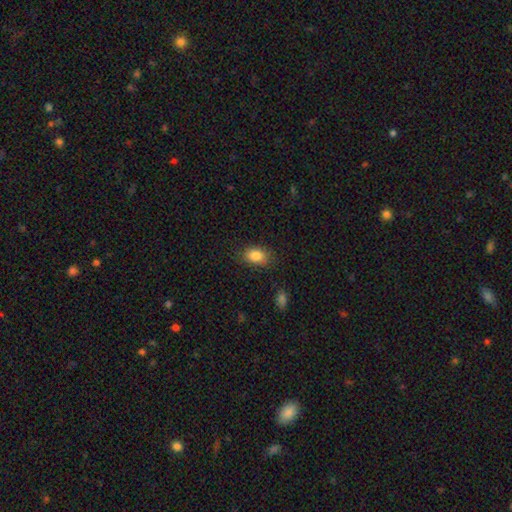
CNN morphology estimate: smooth_or_featured: smooth (p=0.85) [alt: star or artifact p=0.09]
how_rounded: in between (p=0.80) [alt: round p=0.19]
merging: none (p=0.83) [alt: minor disturbance p=0.12]